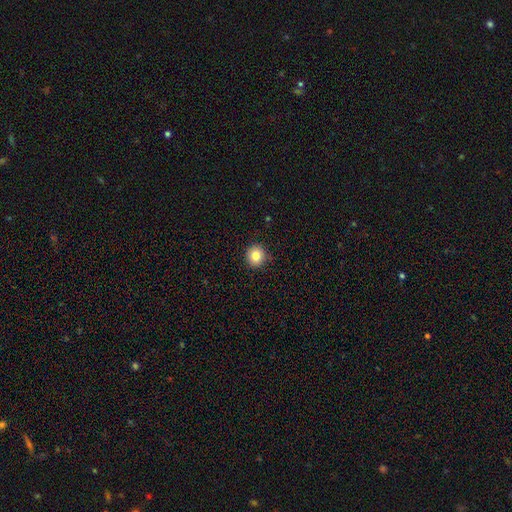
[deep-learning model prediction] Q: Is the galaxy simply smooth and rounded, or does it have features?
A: smooth — 84%.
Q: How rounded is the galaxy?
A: round — 91%.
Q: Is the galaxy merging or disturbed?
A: none — 90%.